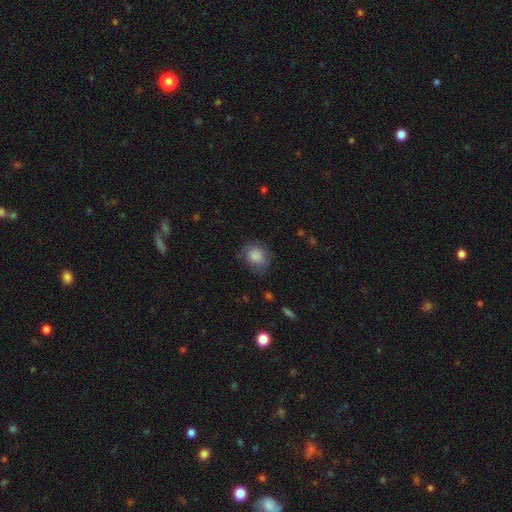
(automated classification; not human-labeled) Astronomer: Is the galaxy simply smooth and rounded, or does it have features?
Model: smooth — 82%.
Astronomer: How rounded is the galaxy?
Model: round — 68%.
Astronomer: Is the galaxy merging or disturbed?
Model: none — 64%.